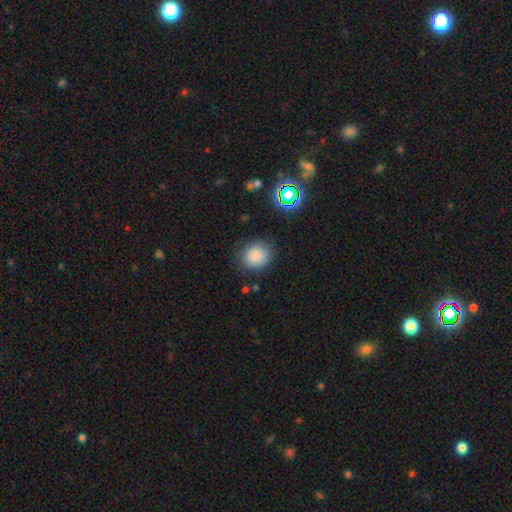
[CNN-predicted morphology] smooth_or_featured: smooth (p=0.84) [alt: star or artifact p=0.12]
how_rounded: round (p=0.72) [alt: in between p=0.27]
merging: none (p=0.82) [alt: minor disturbance p=0.13]